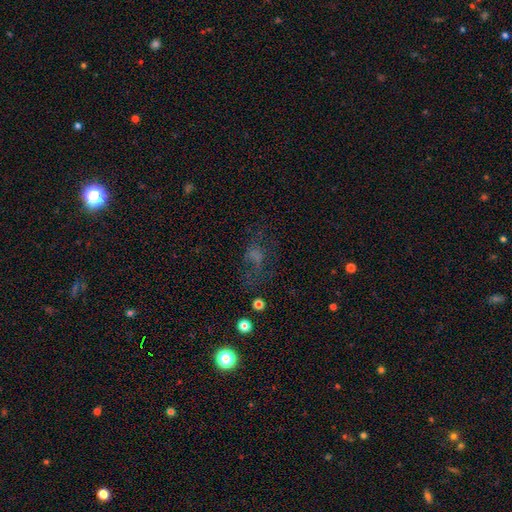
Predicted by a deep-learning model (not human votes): Smooth or featured? Predicted: smooth (p=0.37). Merging? Predicted: none (p=0.52).